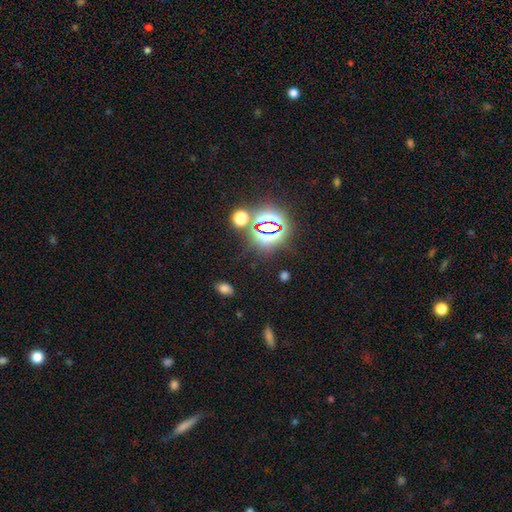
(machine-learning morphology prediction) Smooth or featured? Predicted: star or artifact (p=0.79).